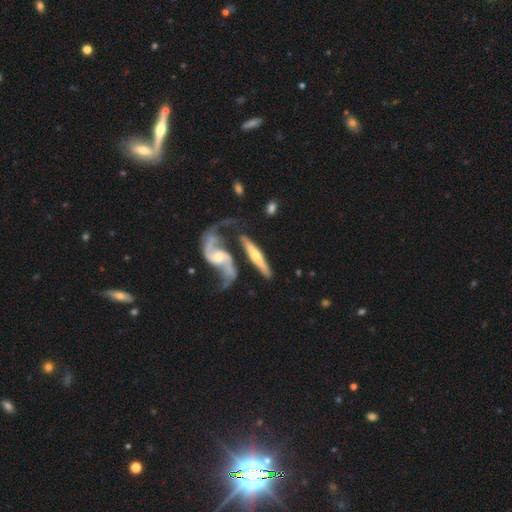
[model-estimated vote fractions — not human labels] Morphology: type=featured or disk (70%); edge-on=yes (71%); edge-on bulge=rounded (86%); merging=none (48%).